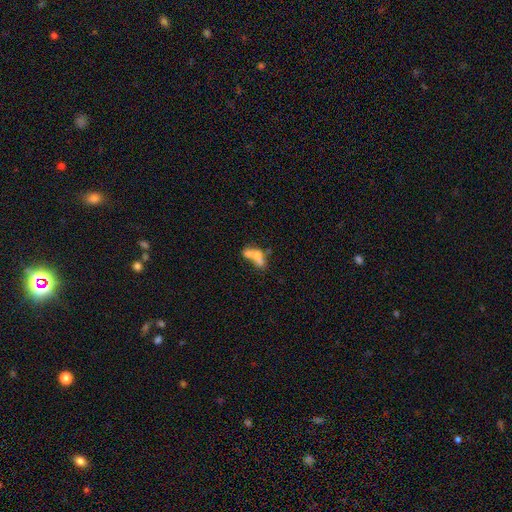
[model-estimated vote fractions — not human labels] Smooth or featured: smooth — 53% (featured or disk — 35%)
How rounded: in between — 64% (cigar-shaped — 19%)
Merging: merger — 60% (none — 20%)